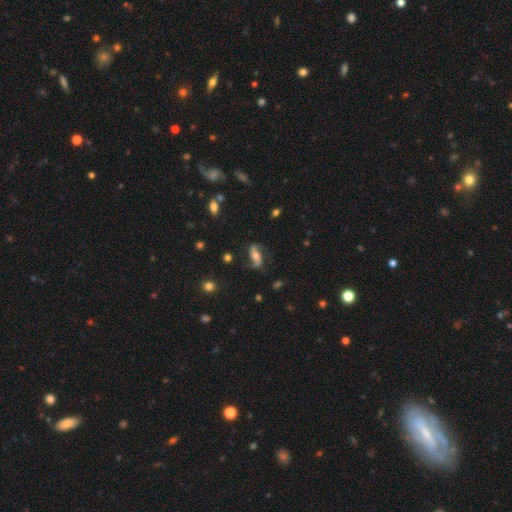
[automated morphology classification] Overall: featured or disk (77%). Edge-on disk: no (91%). Bar: no (51%; weak 29%). Spiral arms: yes (93%). Spiral arm count: 2 (90%). Spiral winding: loose (72%). Bulge size: moderate (63%). Merging: none (70%).